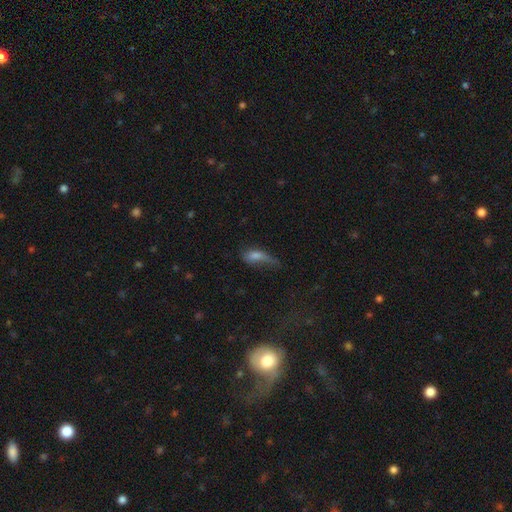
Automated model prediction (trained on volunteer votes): A smooth galaxy with no disk features (62%) that is in between round and cigar-shaped (69%). Merging: major disturbance (43%).